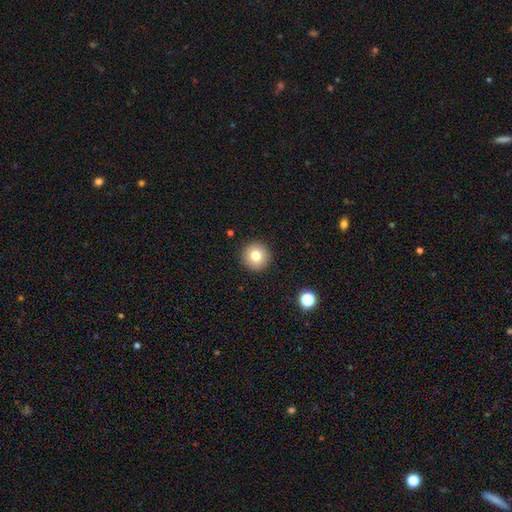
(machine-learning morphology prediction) Smooth or featured? smooth (78%)
How rounded? round (96%)
Merging? none (92%)